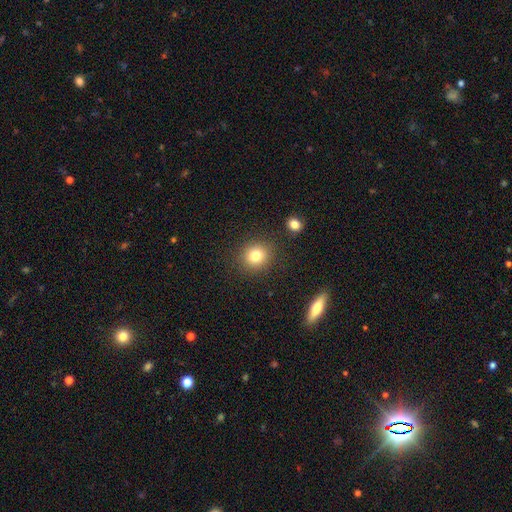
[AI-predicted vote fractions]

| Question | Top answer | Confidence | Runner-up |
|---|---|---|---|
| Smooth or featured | smooth | 80% | star or artifact (12%) |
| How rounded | round | 85% | in between (14%) |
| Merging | none | 87% | minor disturbance (7%) |